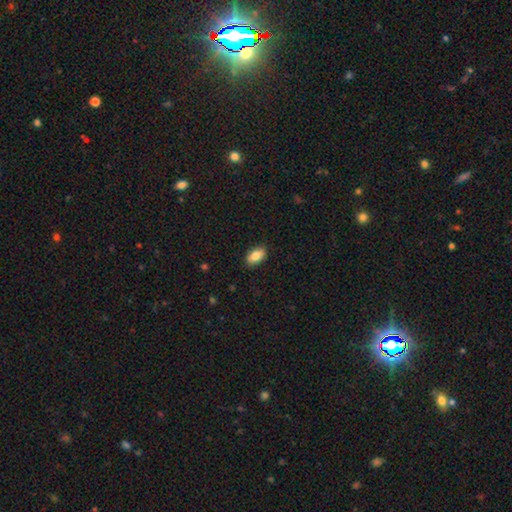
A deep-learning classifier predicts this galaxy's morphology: Overall: smooth (84%). How rounded: in between (91%). Merging: none (88%).